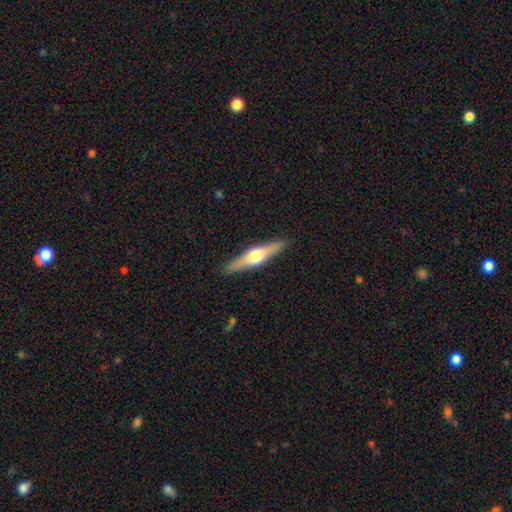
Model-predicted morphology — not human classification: featured or disk 67%, smooth 28%, star or artifact 5%. Down the decision tree: edge-on disk — yes (97%); edge-on bulge — rounded (92%); merging — none (90%).